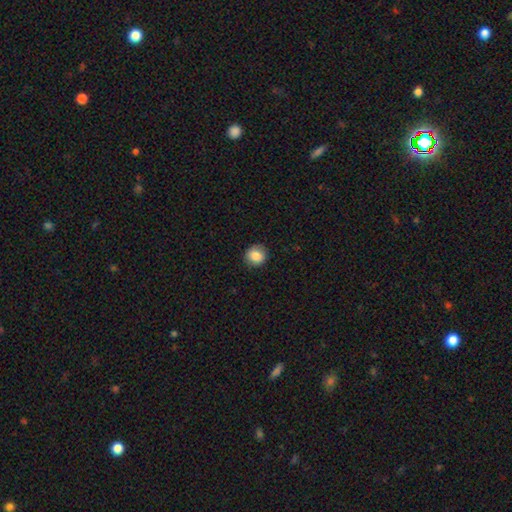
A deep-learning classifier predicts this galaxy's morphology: smooth_or_featured: smooth (p=0.85) [alt: star or artifact p=0.09]
how_rounded: round (p=0.88) [alt: in between p=0.11]
merging: none (p=0.88) [alt: minor disturbance p=0.09]